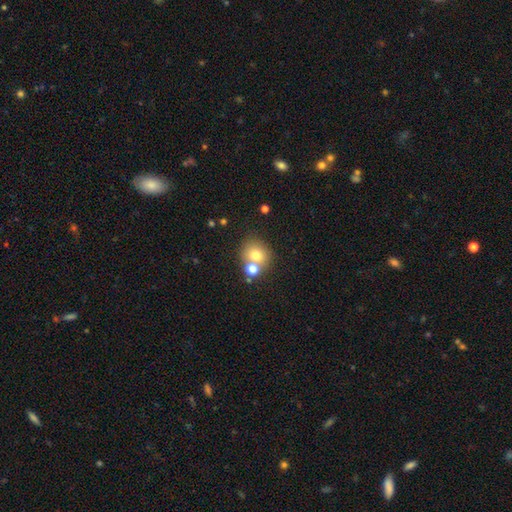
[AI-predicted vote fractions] Smooth or featured?
  - smooth: 73% *
  - star or artifact: 14%
  - featured or disk: 13%
How rounded?
  - round: 81% *
  - in between: 18%
  - cigar-shaped: 1%
Merging?
  - none: 57% *
  - merger: 30%
  - minor disturbance: 9%
  - major disturbance: 4%